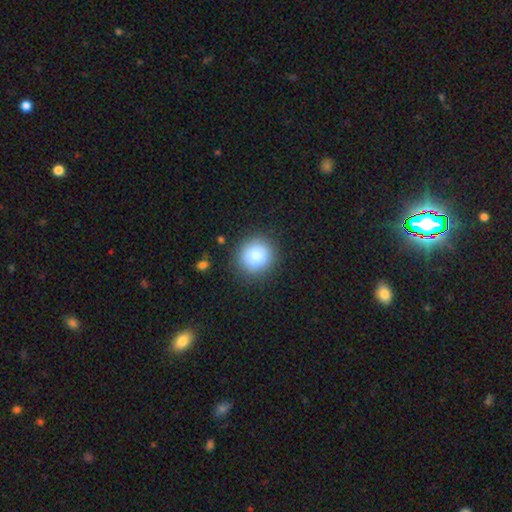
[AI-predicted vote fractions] The model was most divided on "smooth or featured": smooth: 85%, star or artifact: 9%, featured or disk: 6%. More confident: how rounded — round (90%); merging — none (87%).